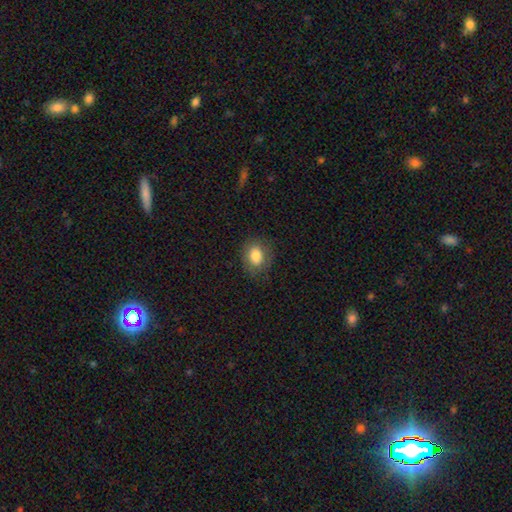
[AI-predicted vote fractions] Smooth or featured?
  - smooth: 81% *
  - featured or disk: 10%
  - star or artifact: 9%
How rounded?
  - in between: 60% *
  - round: 39%
  - cigar-shaped: 1%
Merging?
  - none: 78% *
  - minor disturbance: 15%
  - major disturbance: 5%
  - merger: 1%